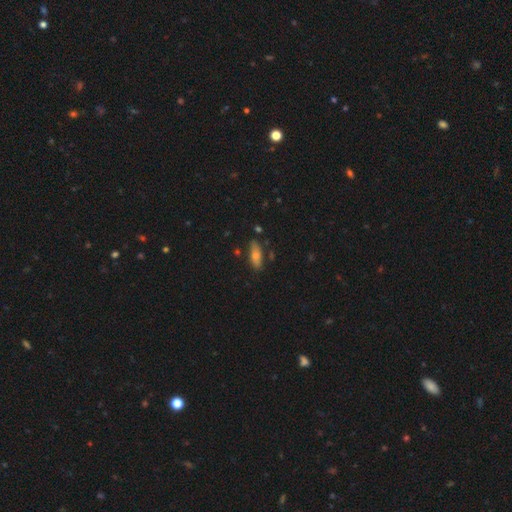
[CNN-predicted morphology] The model was most divided on "how rounded": in between: 68%, cigar-shaped: 30%, round: 3%. More confident: merging — none (78%); smooth or featured — smooth (71%).